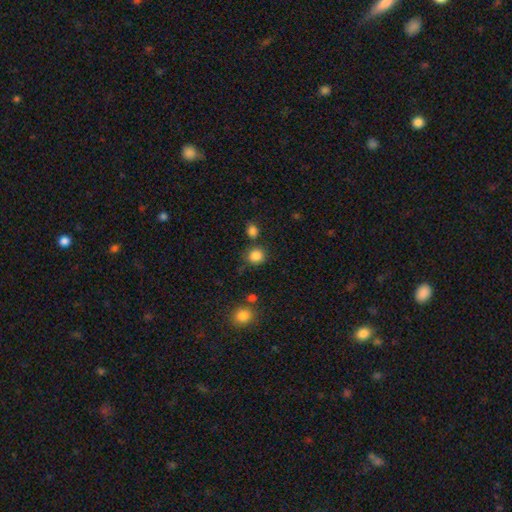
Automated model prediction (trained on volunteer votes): Morphology: type=smooth (85%); roundness=round (85%); merging=none (76%).